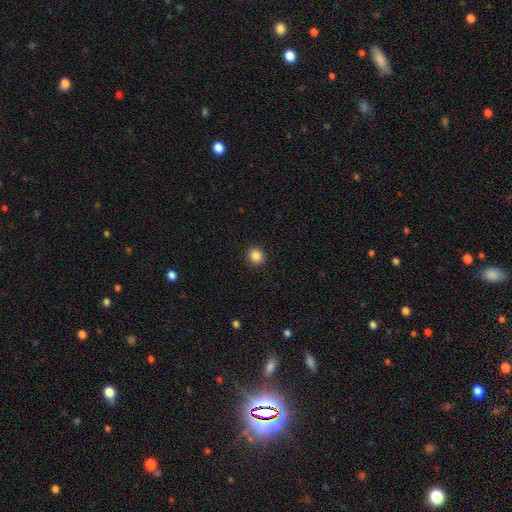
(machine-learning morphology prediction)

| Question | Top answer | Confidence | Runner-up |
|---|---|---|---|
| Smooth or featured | smooth | 86% | star or artifact (10%) |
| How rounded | round | 89% | in between (10%) |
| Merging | none | 92% | minor disturbance (5%) |